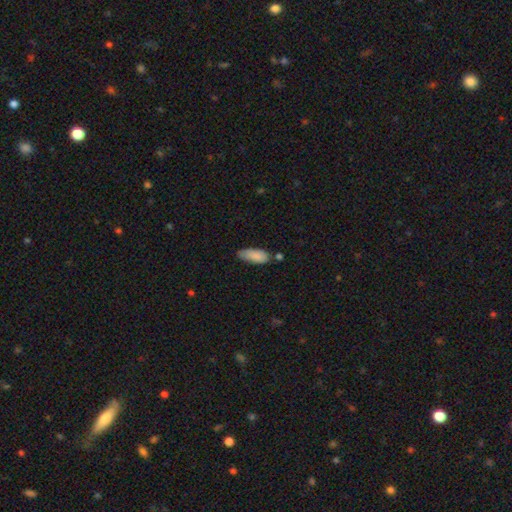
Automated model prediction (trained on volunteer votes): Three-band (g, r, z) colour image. It shows a smooth galaxy with no disk features (86%) that is in between round and cigar-shaped (77%). Merging: none (58%).